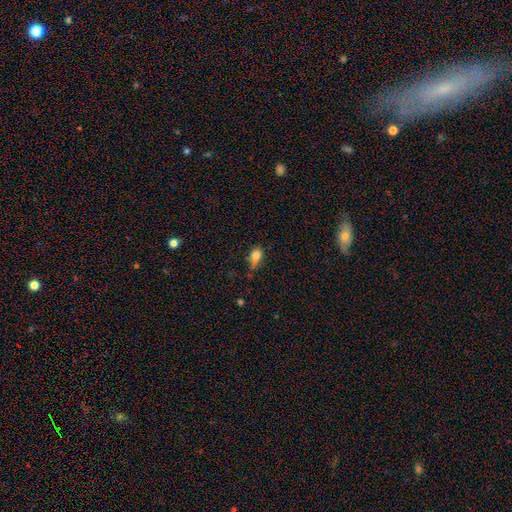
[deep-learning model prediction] The model was most divided on "merging": none: 43%, minor disturbance: 39%, major disturbance: 15%, merger: 4%. More confident: smooth or featured — smooth (78%); how rounded — in between (75%).